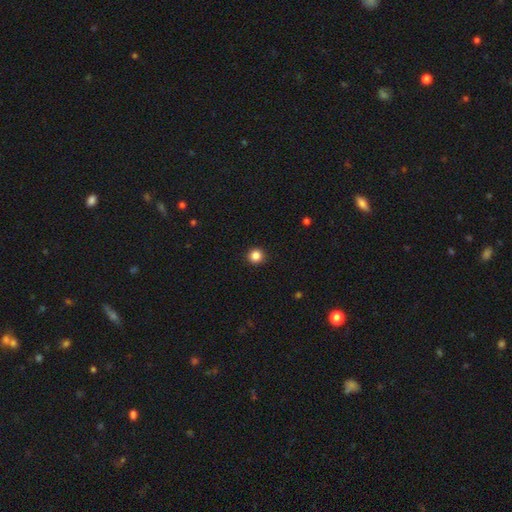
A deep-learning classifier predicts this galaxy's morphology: A smooth galaxy with no disk features (85%) that is round (95%).

Vote fractions:
- Smooth or featured? smooth: 85% / star or artifact: 12% / featured or disk: 3%
- How rounded? round: 95% / in between: 4% / cigar-shaped: 1%
- Merging? none: 93% / minor disturbance: 4% / major disturbance: 2% / merger: 1%